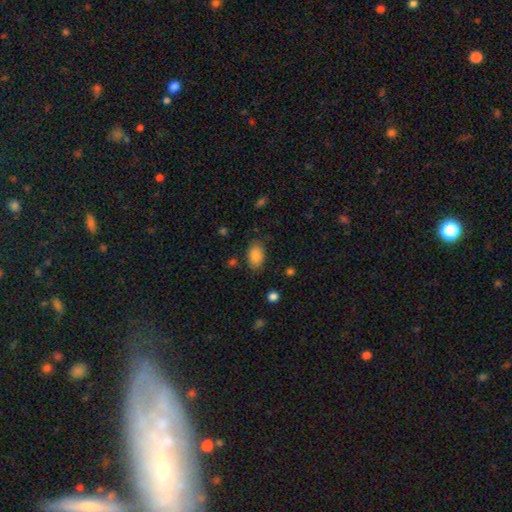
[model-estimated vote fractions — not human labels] Smooth or featured? smooth (87%)
How rounded? in between (90%)
Merging? none (80%)